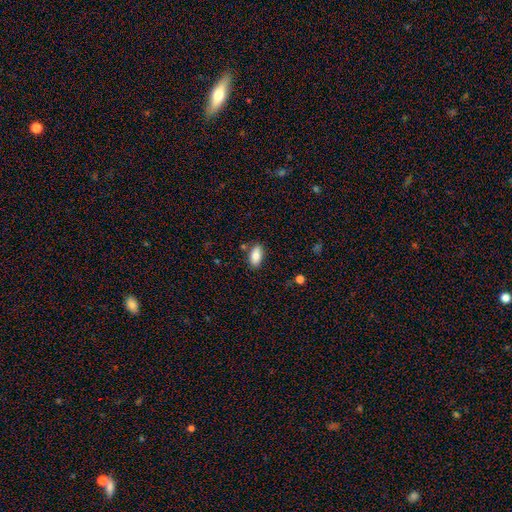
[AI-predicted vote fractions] A smooth galaxy with no disk features (82%) that is in between round and cigar-shaped (91%).

Vote fractions:
- Smooth or featured? smooth: 82% / featured or disk: 11% / star or artifact: 7%
- How rounded? in between: 91% / cigar-shaped: 6% / round: 4%
- Merging? none: 80% / minor disturbance: 13% / merger: 5% / major disturbance: 3%